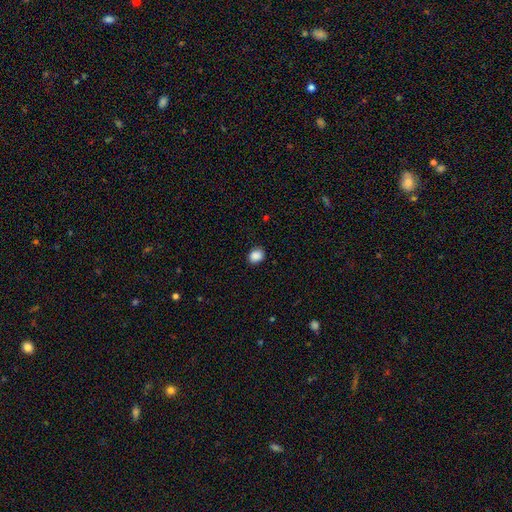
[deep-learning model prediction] Q: Smooth or featured?
A: smooth (88%); runner-up: star or artifact (9%)
Q: How rounded?
A: round (57%); runner-up: in between (42%)
Q: Merging?
A: none (87%); runner-up: minor disturbance (9%)